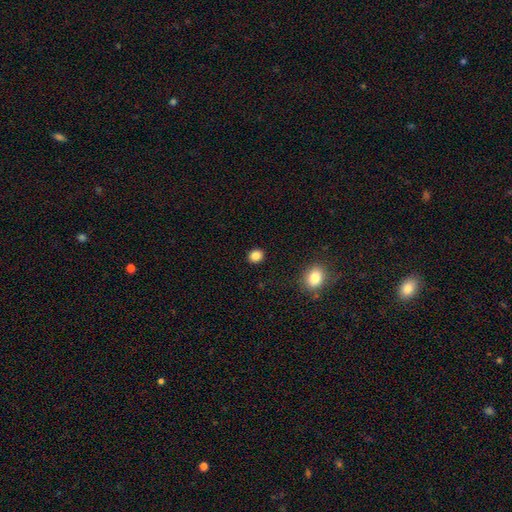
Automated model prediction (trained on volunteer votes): Smooth or featured? Predicted: smooth (p=0.85). How rounded? Predicted: round (p=0.70). Merging? Predicted: none (p=0.90).